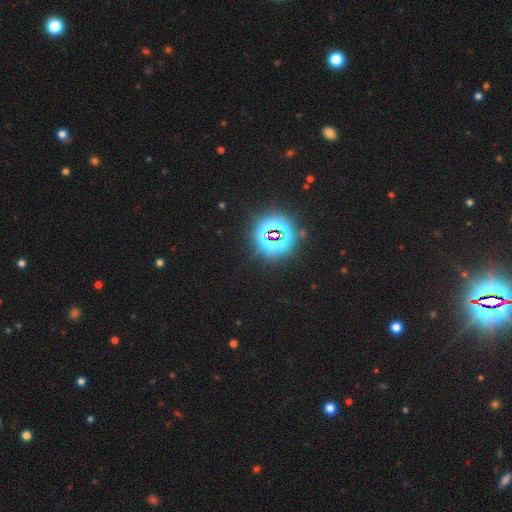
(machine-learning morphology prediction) Smooth or featured? star or artifact (84%)